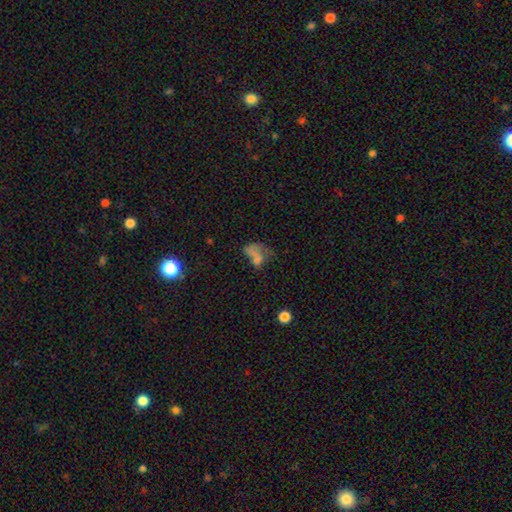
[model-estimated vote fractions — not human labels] A smooth galaxy with no disk features (54%) that is in between round and cigar-shaped (79%). Merging: major disturbance (35%).